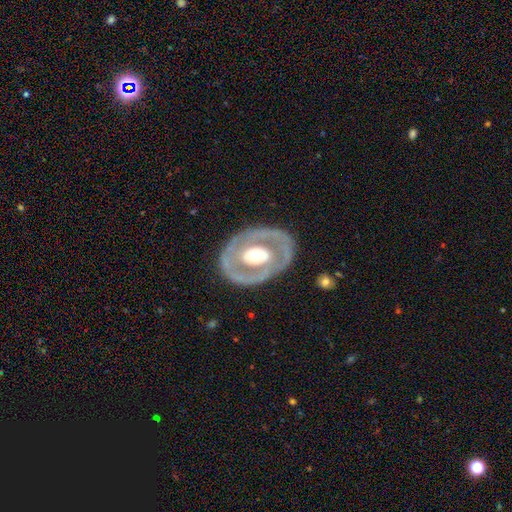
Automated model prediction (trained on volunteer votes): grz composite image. It shows a featured or disk galaxy (74%) with no bar (70%), no spiral arms (67%) and a moderate central bulge (62%). Merging: none (78%).